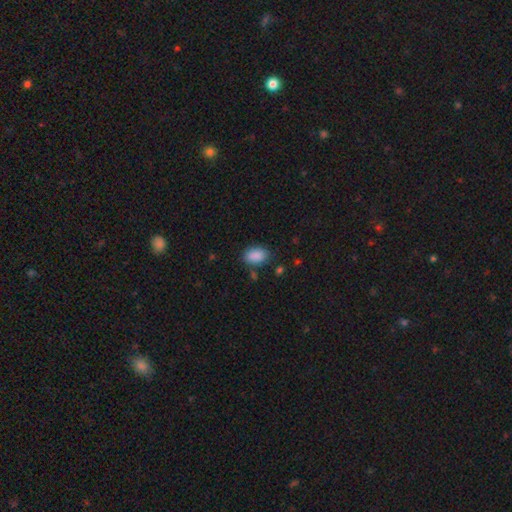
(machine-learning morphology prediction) Q: Smooth or featured?
A: smooth (89%); runner-up: star or artifact (8%)
Q: How rounded?
A: in between (88%); runner-up: round (11%)
Q: Merging?
A: none (81%); runner-up: minor disturbance (13%)